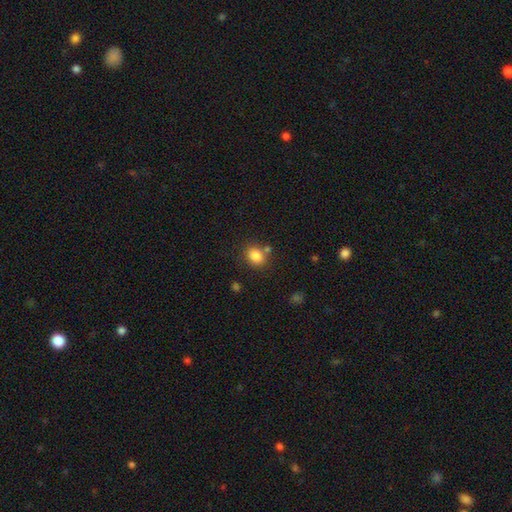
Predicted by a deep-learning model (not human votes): smooth 84%, star or artifact 10%, featured or disk 6%. Down the decision tree: how rounded — round (56%); merging — none (72%).